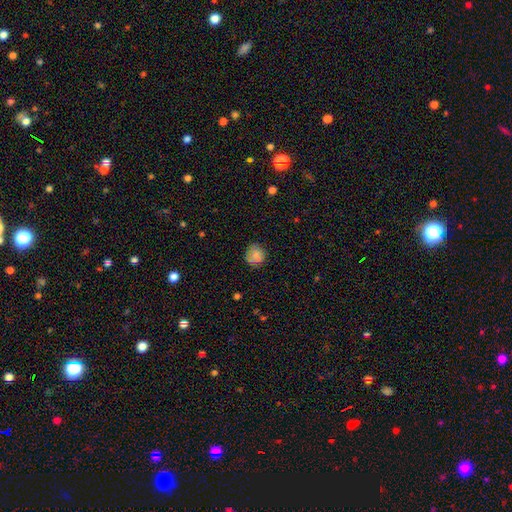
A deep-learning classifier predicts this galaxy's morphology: Smooth or featured: smooth — 73% (featured or disk — 17%)
How rounded: round — 82% (in between — 17%)
Merging: none — 68% (minor disturbance — 23%)